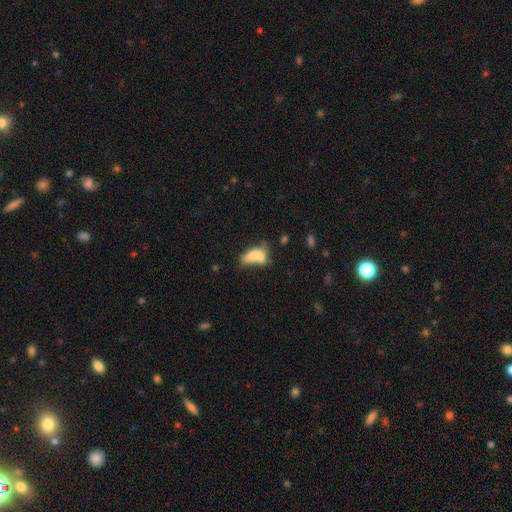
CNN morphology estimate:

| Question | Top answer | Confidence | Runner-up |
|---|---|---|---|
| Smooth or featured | smooth | 68% | featured or disk (22%) |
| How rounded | in between | 80% | cigar-shaped (12%) |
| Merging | merger | 53% | none (21%) |